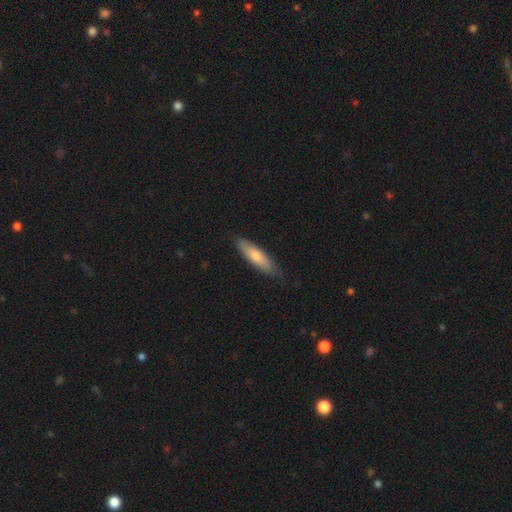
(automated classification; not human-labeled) This appears to be a smooth galaxy with no disk features (66%) that is cigar-shaped (71%). Merging: none (81%).